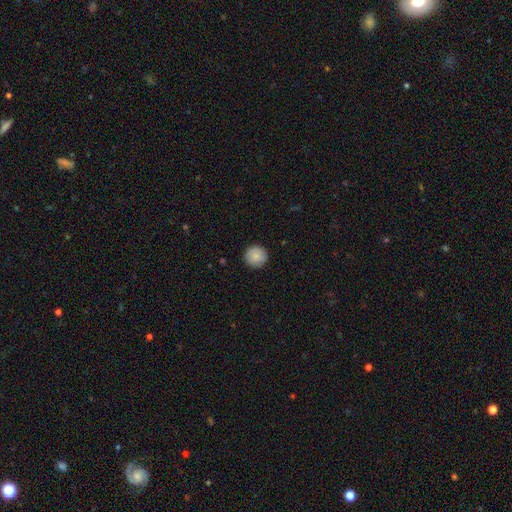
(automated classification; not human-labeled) Smooth or featured: smooth — 85% (featured or disk — 8%)
How rounded: round — 95% (in between — 4%)
Merging: none — 91% (minor disturbance — 7%)